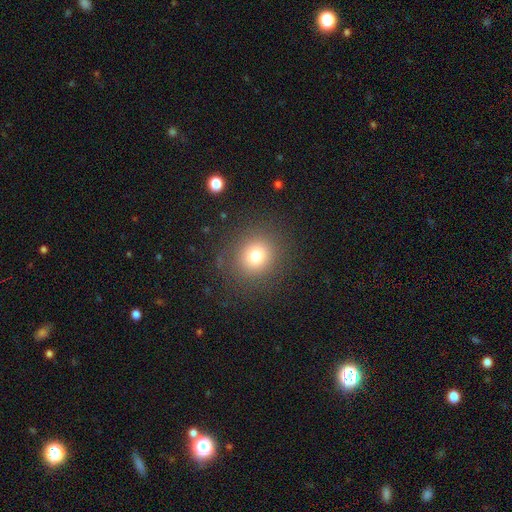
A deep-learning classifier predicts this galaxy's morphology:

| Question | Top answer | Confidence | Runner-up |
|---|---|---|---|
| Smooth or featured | smooth | 75% | star or artifact (15%) |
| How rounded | round | 87% | in between (12%) |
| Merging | none | 87% | minor disturbance (8%) |